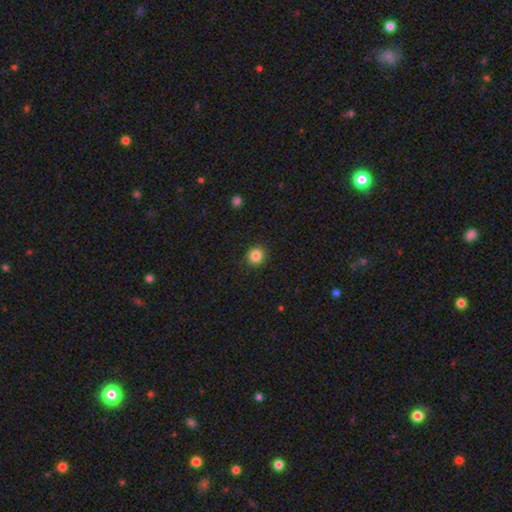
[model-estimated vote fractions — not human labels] Overall: smooth (85%). How rounded: round (92%). Merging: none (91%).